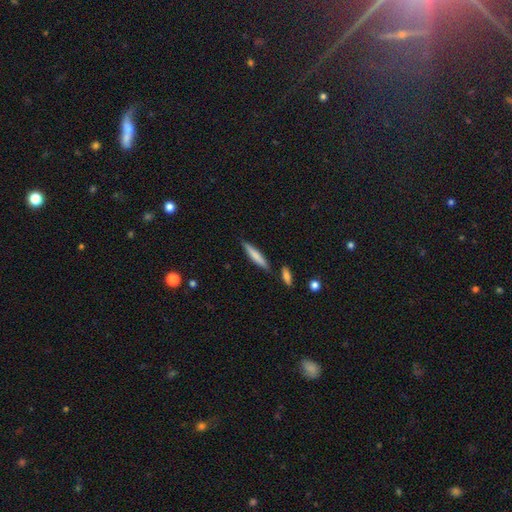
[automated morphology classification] A smooth galaxy with no disk features (72%) that is cigar-shaped (89%).

Vote fractions:
- Smooth or featured? smooth: 72% / featured or disk: 23% / star or artifact: 6%
- How rounded? cigar-shaped: 89% / in between: 9% / round: 1%
- Merging? none: 81% / minor disturbance: 11% / merger: 6% / major disturbance: 2%